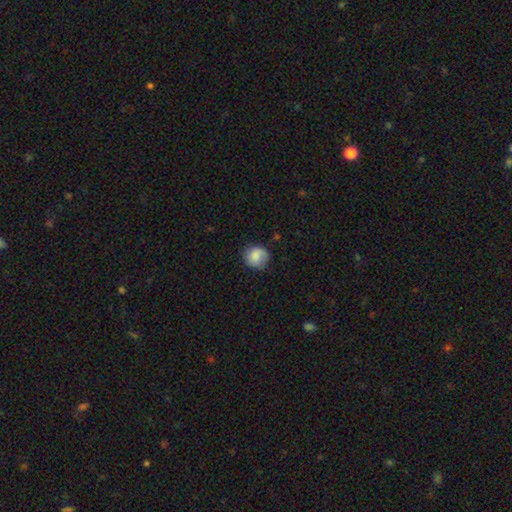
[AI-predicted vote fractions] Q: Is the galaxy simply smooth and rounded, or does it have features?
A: smooth — 81%.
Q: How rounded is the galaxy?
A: round — 87%.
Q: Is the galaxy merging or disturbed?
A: none — 73%.